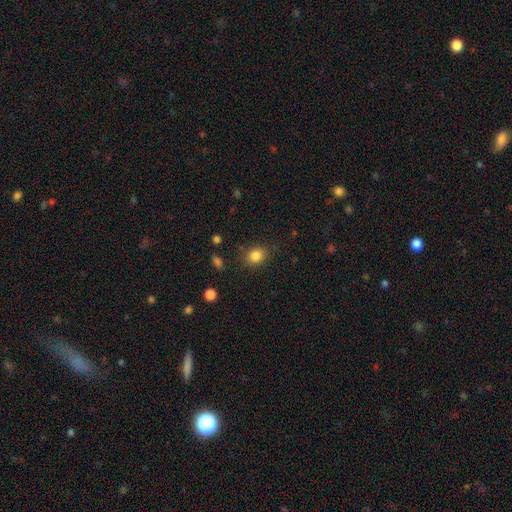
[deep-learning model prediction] This appears to be a smooth galaxy with no disk features (84%) that is round (65%). Merging: none (82%).